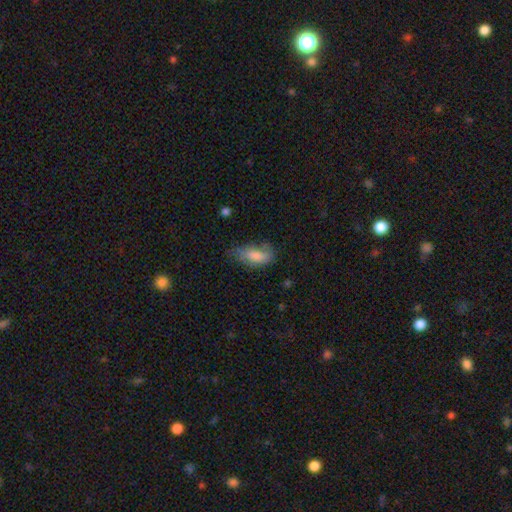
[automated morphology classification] Q: Smooth or featured?
A: smooth (79%); runner-up: featured or disk (14%)
Q: How rounded?
A: in between (86%); runner-up: cigar-shaped (11%)
Q: Merging?
A: none (52%); runner-up: minor disturbance (34%)